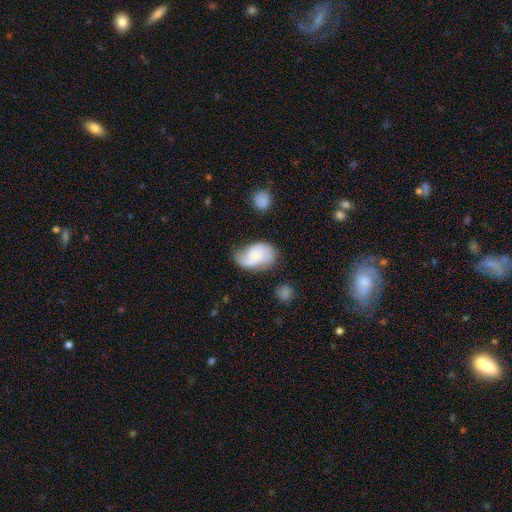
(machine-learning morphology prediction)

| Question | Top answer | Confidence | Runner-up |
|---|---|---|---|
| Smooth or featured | featured or disk | 49% | smooth (44%) |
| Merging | none | 45% | minor disturbance (33%) |